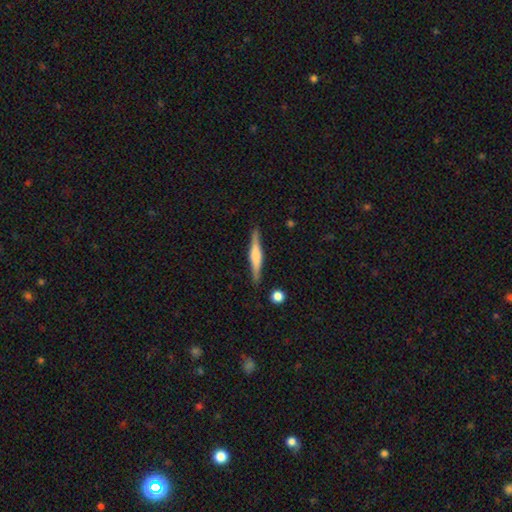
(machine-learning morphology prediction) type=featured or disk (56%); edge-on=yes (97%); edge-on bulge=rounded (47%); merging=none (87%).